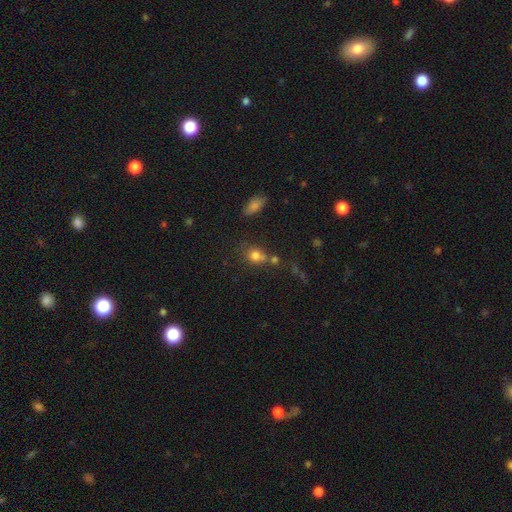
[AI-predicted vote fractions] Smooth or featured: smooth — 76% (star or artifact — 14%)
How rounded: round — 67% (in between — 31%)
Merging: none — 47% (merger — 31%)